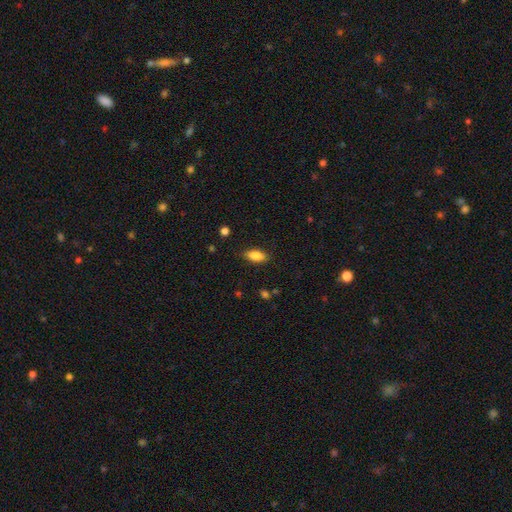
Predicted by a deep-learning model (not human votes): Smooth or featured?
  - smooth: 85% *
  - featured or disk: 8%
  - star or artifact: 7%
How rounded?
  - in between: 85% *
  - cigar-shaped: 12%
  - round: 3%
Merging?
  - none: 85% *
  - minor disturbance: 11%
  - major disturbance: 3%
  - merger: 1%